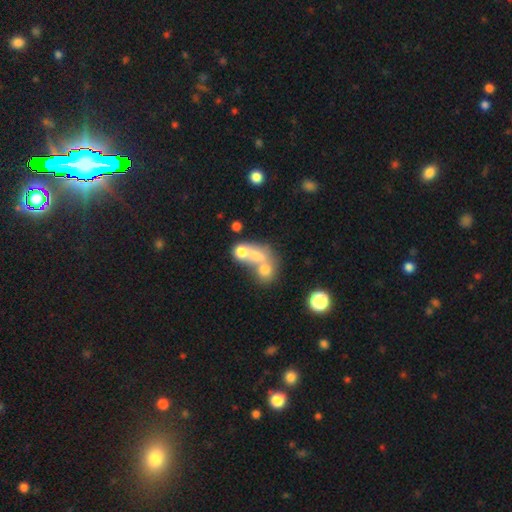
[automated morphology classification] Smooth or featured?
  - smooth: 63% *
  - featured or disk: 22%
  - star or artifact: 14%
How rounded?
  - in between: 52% *
  - round: 45%
  - cigar-shaped: 3%
Merging?
  - merger: 65% *
  - none: 20%
  - major disturbance: 8%
  - minor disturbance: 7%